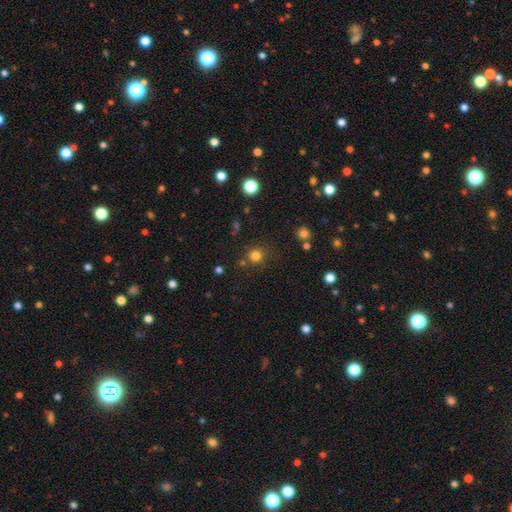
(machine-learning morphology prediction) This appears to be a smooth galaxy with no disk features (78%) that is round (91%). Merging: none (79%).